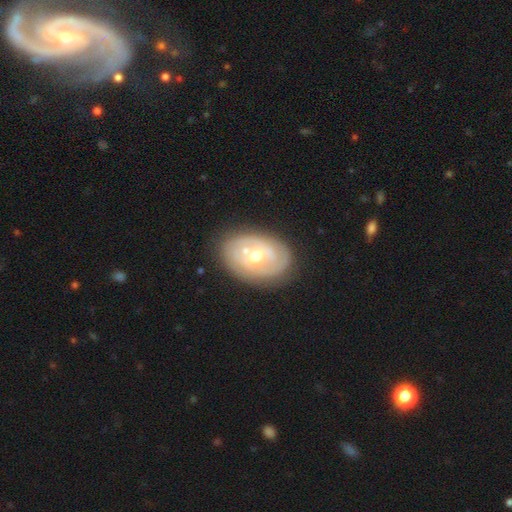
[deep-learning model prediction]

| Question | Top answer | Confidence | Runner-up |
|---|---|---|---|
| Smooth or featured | featured or disk | 69% | smooth (25%) |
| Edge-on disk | no | 95% | yes (5%) |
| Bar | no | 66% | weak (25%) |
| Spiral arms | yes | 54% | no (46%) |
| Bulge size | moderate | 73% | small (20%) |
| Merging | none | 76% | minor disturbance (16%) |